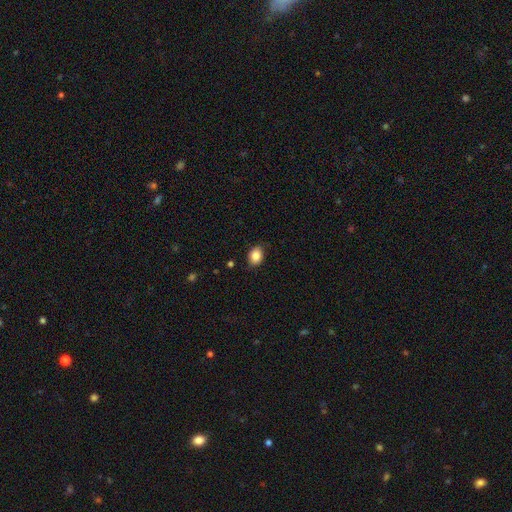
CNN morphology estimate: Smooth or featured? smooth (85%)
How rounded? in between (69%)
Merging? none (82%)